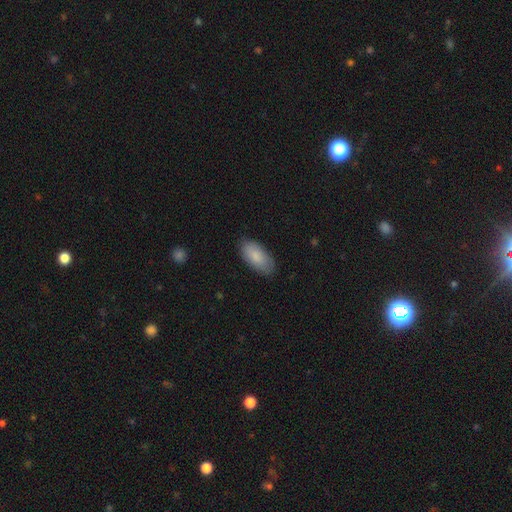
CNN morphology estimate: Smooth or featured? smooth (87%)
How rounded? in between (92%)
Merging? none (83%)